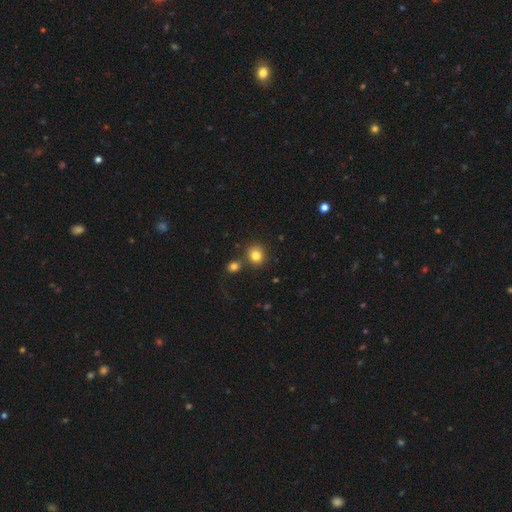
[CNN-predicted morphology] type=smooth (82%); roundness=round (86%); merging=none (76%).